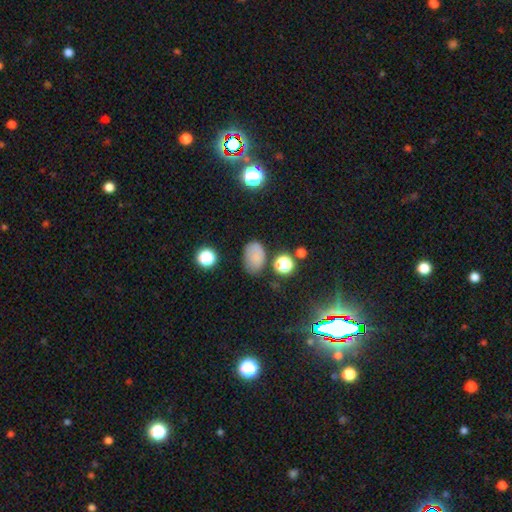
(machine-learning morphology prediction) type=smooth (75%); roundness=in between (84%); merging=none (63%).